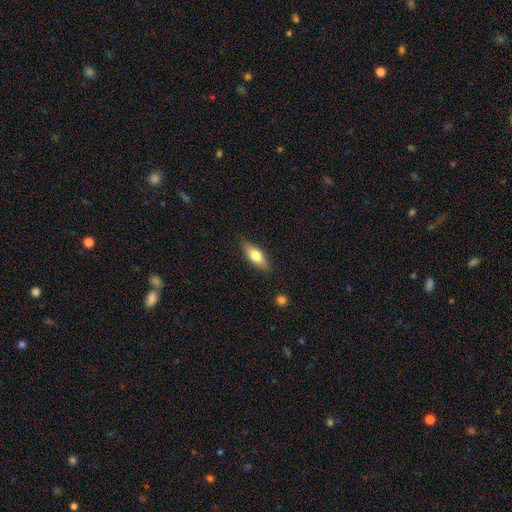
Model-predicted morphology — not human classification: smooth_or_featured: smooth (p=0.69) [alt: featured or disk p=0.25]
how_rounded: in between (p=0.70) [alt: cigar-shaped p=0.27]
merging: none (p=0.84) [alt: minor disturbance p=0.13]